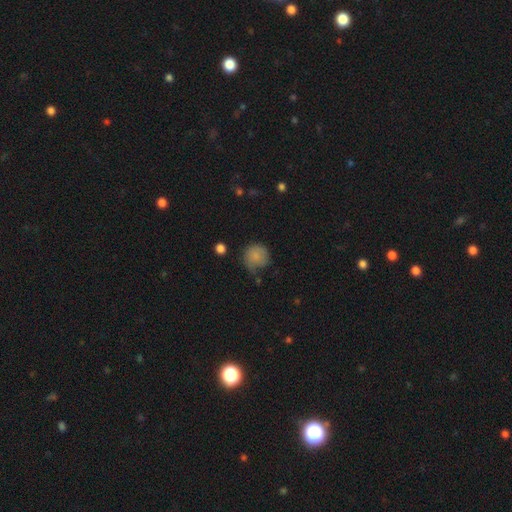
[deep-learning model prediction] Smooth or featured?
  - smooth: 81% *
  - featured or disk: 11%
  - star or artifact: 8%
How rounded?
  - round: 89% *
  - in between: 10%
  - cigar-shaped: 1%
Merging?
  - none: 54% *
  - minor disturbance: 30%
  - major disturbance: 12%
  - merger: 3%